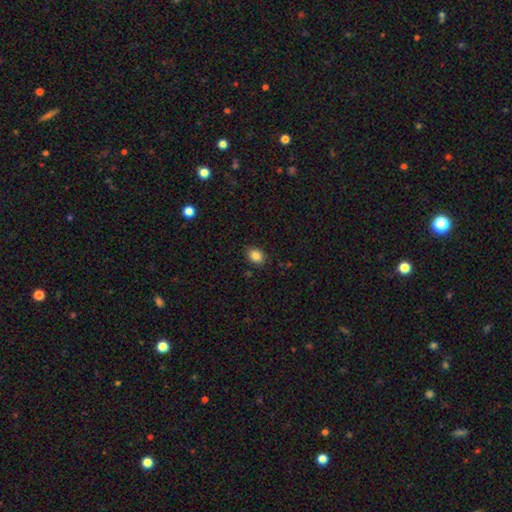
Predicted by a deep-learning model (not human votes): This is clearly a smooth galaxy (85%). How rounded: possibly in between (59%). Merging: clearly none (87%).